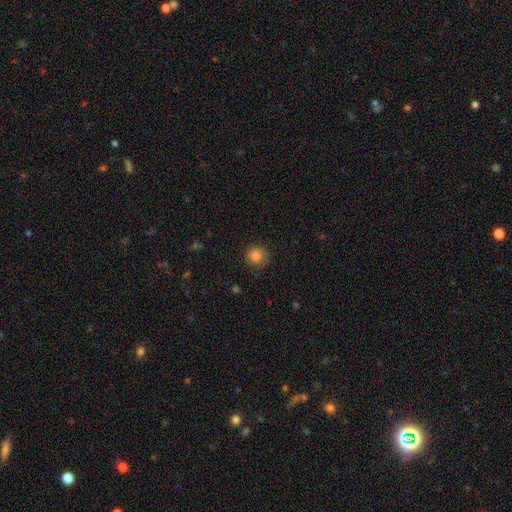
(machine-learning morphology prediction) This is clearly a smooth galaxy (83%). How rounded: clearly round (92%). Merging: clearly none (83%).